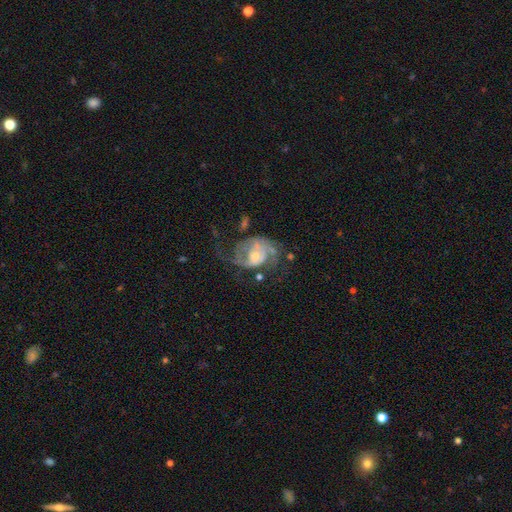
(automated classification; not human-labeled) This appears to be a featured or disk galaxy (81%) with no bar (61%), 2 (64%) medium (44%) spiral arms (89%) and a moderate central bulge (46%). Merging: none (41%).